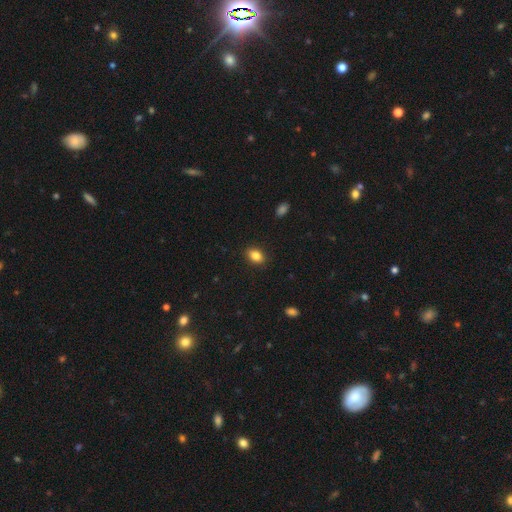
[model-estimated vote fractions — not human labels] Overall: smooth (85%). How rounded: in between (79%). Merging: none (89%).